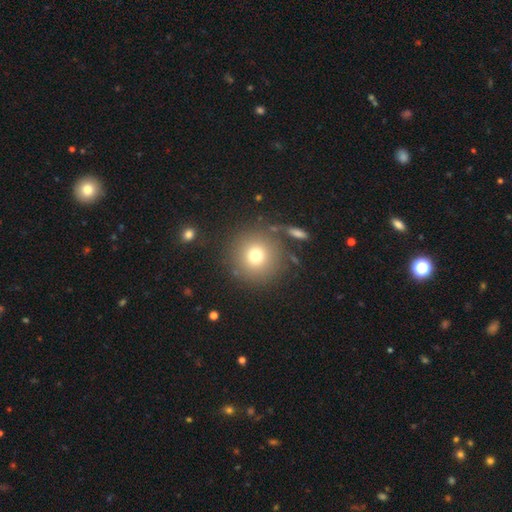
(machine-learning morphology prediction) Smooth or featured? smooth (74%)
How rounded? round (95%)
Merging? none (83%)